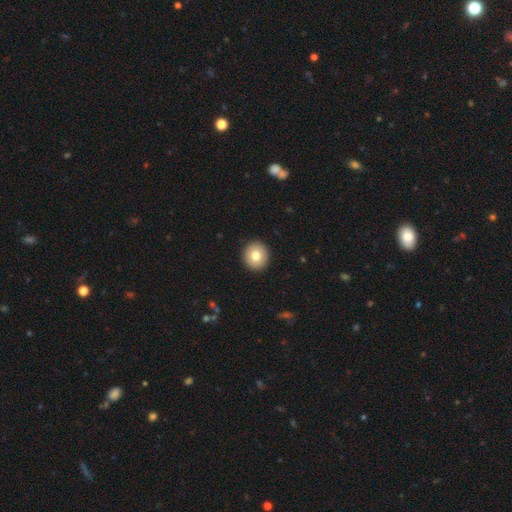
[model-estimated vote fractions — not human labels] Q: Smooth or featured?
A: smooth (78%); runner-up: featured or disk (13%)
Q: How rounded?
A: round (90%); runner-up: in between (9%)
Q: Merging?
A: none (93%); runner-up: minor disturbance (4%)